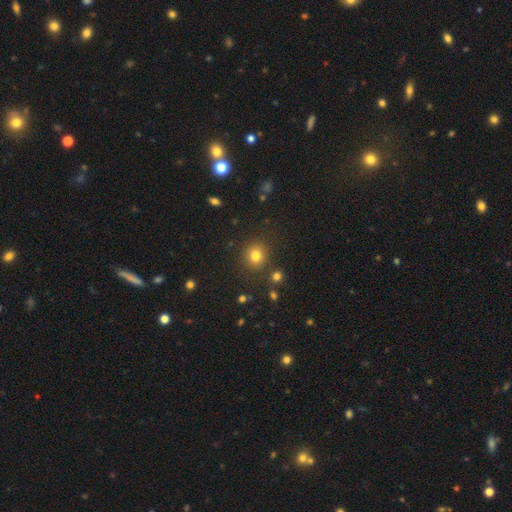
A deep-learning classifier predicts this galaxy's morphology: The model was most divided on "smooth or featured": smooth: 79%, star or artifact: 14%, featured or disk: 6%. More confident: how rounded — round (88%); merging — none (85%).